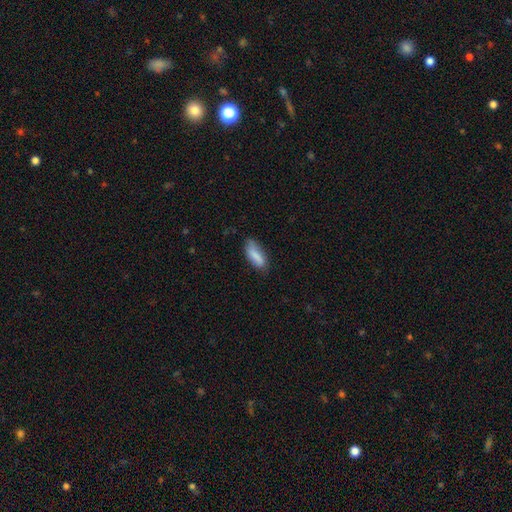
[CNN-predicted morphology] smooth-or-featured: smooth: 84% | featured or disk: 9% | star or artifact: 7%
  how-rounded: in between: 69% | cigar-shaped: 29% | round: 2%
  merging: none: 68% | minor disturbance: 25% | major disturbance: 5% | merger: 2%